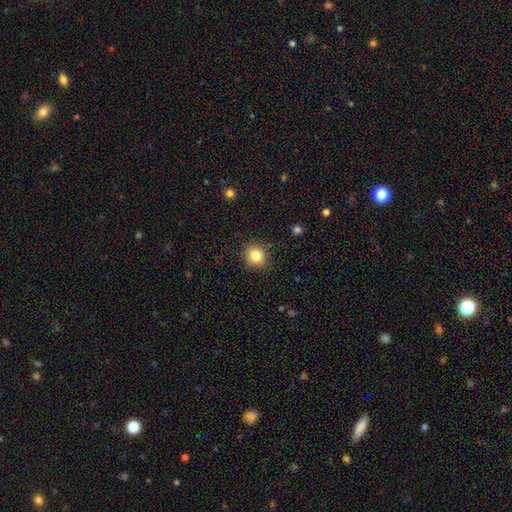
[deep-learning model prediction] Overall: smooth (82%). How rounded: round (85%). Merging: none (89%).